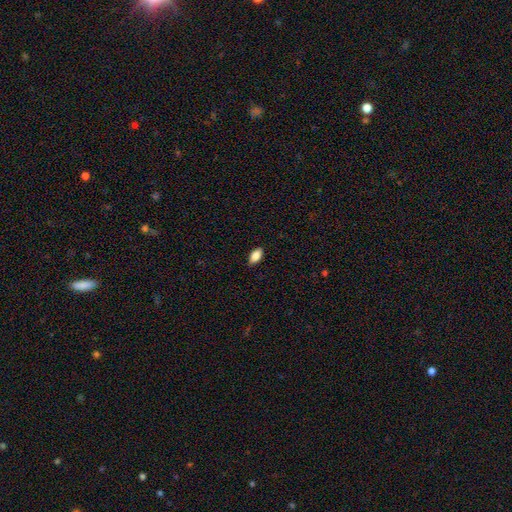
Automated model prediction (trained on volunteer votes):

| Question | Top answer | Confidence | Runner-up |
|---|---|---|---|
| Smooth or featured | smooth | 85% | featured or disk (8%) |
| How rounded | in between | 91% | cigar-shaped (5%) |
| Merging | none | 87% | minor disturbance (10%) |